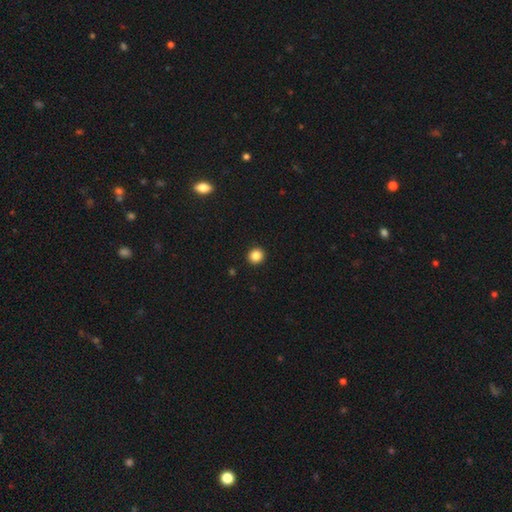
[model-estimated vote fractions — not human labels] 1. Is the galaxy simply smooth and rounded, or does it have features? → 85% smooth, 11% star or artifact, 4% featured or disk.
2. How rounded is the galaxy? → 91% round, 8% in between, 1% cigar-shaped.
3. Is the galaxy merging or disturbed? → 94% none, 4% minor disturbance, 1% major disturbance, 1% merger.